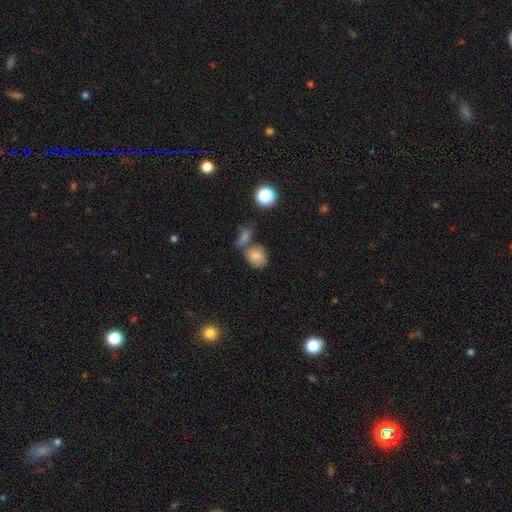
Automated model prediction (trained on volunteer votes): Morphology: type=smooth (75%); roundness=round (57%); merging=none (54%).